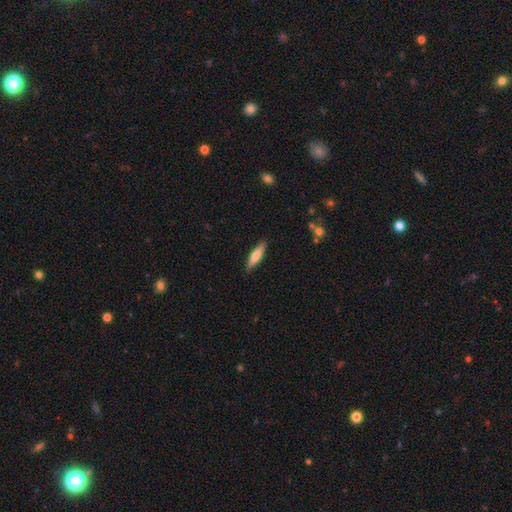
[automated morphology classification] This is likely a smooth galaxy (66%). How rounded: likely cigar-shaped (71%). Merging: clearly none (88%).